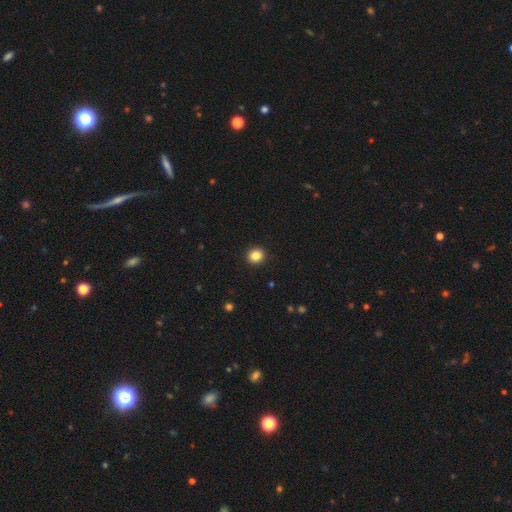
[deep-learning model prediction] This is clearly a smooth galaxy (85%). How rounded: clearly round (85%). Merging: clearly none (93%).